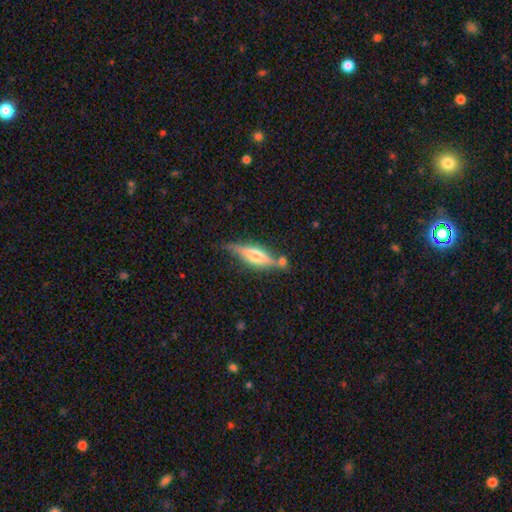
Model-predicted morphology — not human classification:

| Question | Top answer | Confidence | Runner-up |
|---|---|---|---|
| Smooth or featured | featured or disk | 64% | smooth (29%) |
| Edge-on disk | yes | 92% | no (8%) |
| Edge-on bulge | rounded | 83% | boxy (12%) |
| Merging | none | 66% | minor disturbance (17%) |